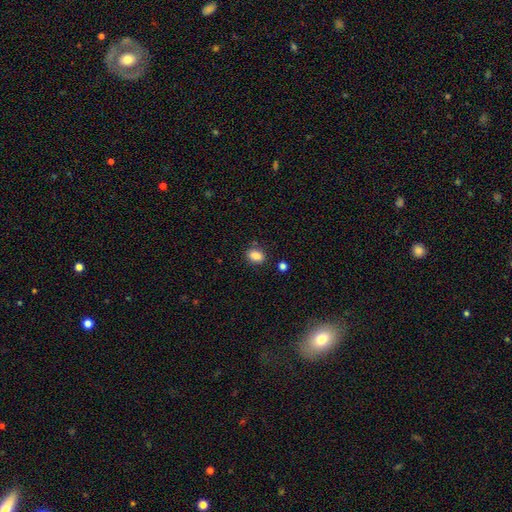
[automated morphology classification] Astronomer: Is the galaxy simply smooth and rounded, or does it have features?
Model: smooth — 86%.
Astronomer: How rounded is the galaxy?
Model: in between — 77%.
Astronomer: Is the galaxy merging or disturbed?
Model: none — 81%.